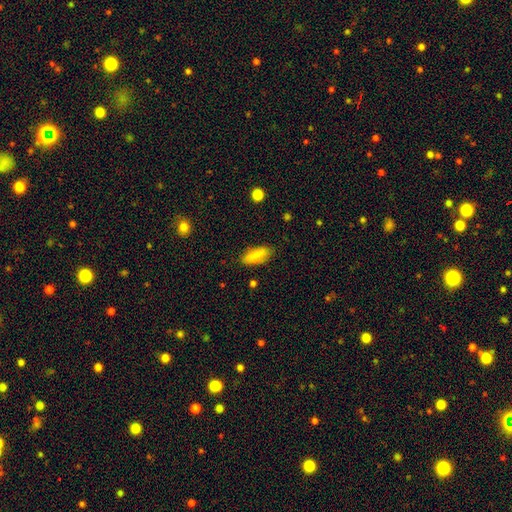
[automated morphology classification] A smooth galaxy with no disk features (82%) that is in between round and cigar-shaped (75%). Merging: none (79%).